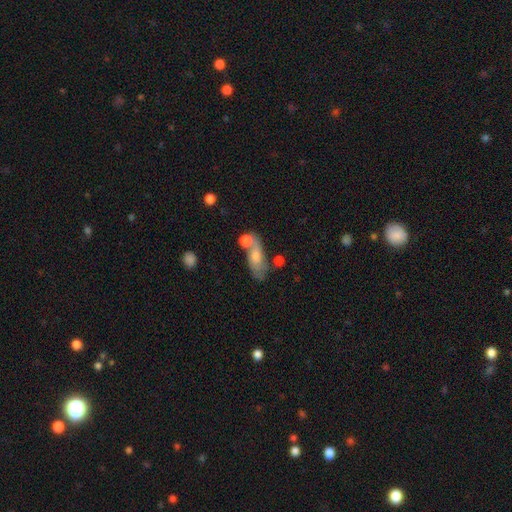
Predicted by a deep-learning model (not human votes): Smooth or featured? smooth (58%)
How rounded? in between (73%)
Merging? none (41%)